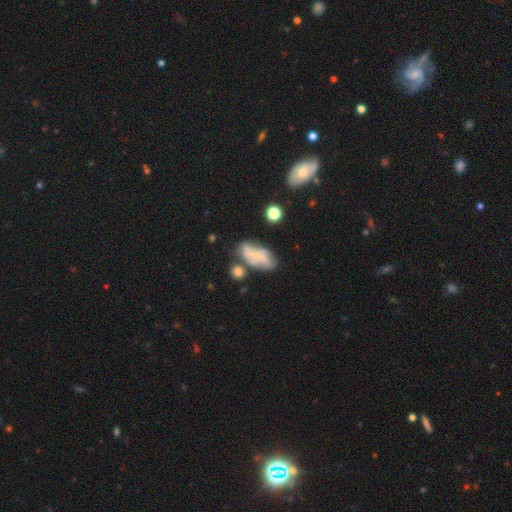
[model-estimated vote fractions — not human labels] Smooth or featured? Predicted: featured or disk (p=0.54). Edge-on disk? Predicted: no (p=0.92). Merging? Predicted: none (p=0.42).